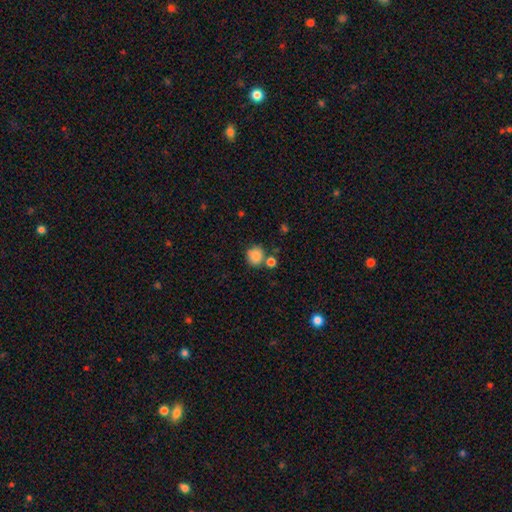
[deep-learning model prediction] A smooth galaxy with no disk features (85%) that is round (88%). Merging: none (70%).